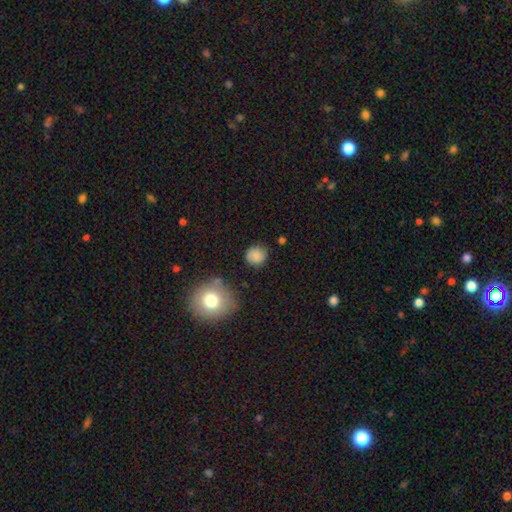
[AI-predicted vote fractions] Morphology: type=smooth (83%); roundness=round (88%); merging=none (79%).